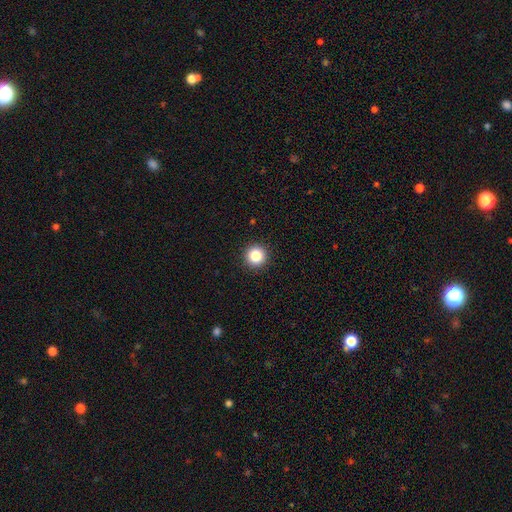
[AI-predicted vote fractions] Smooth or featured? Predicted: smooth (p=0.85). How rounded? Predicted: round (p=0.96). Merging? Predicted: none (p=0.93).